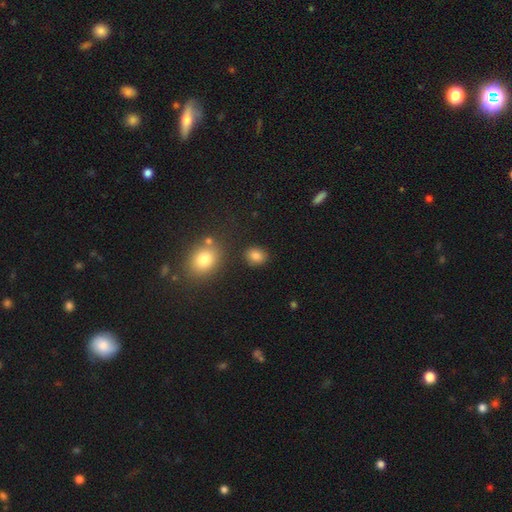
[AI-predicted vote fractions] The model was most divided on "how rounded": round: 57%, in between: 42%, cigar-shaped: 1%. More confident: smooth or featured — smooth (83%); merging — none (83%).